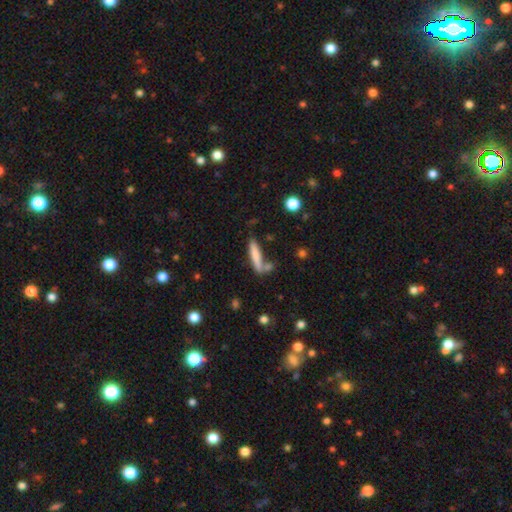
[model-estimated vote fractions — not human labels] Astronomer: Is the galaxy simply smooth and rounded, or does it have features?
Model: smooth — 76%.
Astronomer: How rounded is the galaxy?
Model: cigar-shaped — 85%.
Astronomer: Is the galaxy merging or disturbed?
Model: none — 61%.